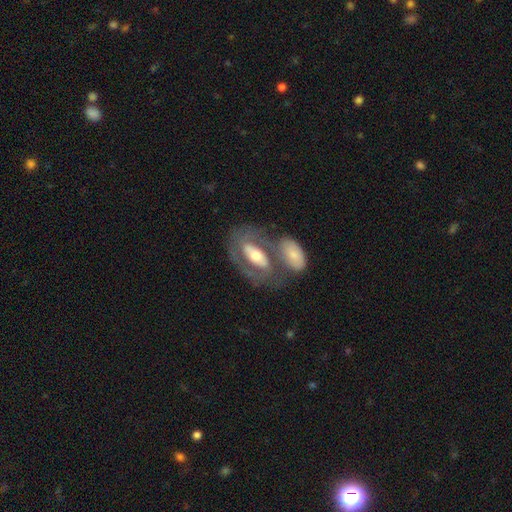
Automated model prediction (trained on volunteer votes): This appears to be a featured or disk galaxy (66%) with no bar (40%), spiral arms (53%) and a moderate central bulge (63%). Merging: none (46%).